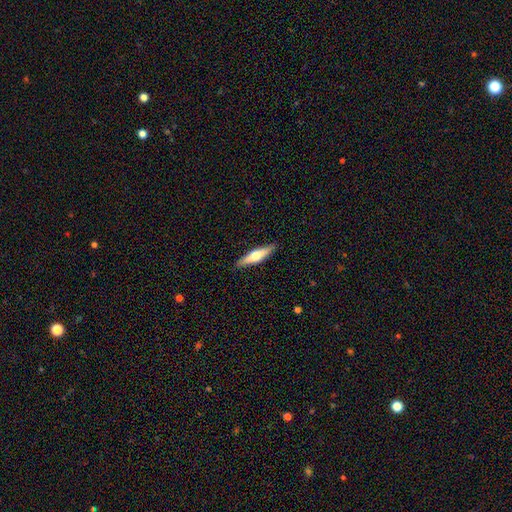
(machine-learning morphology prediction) This appears to be a featured or disk galaxy (50%). Merging: none (90%).